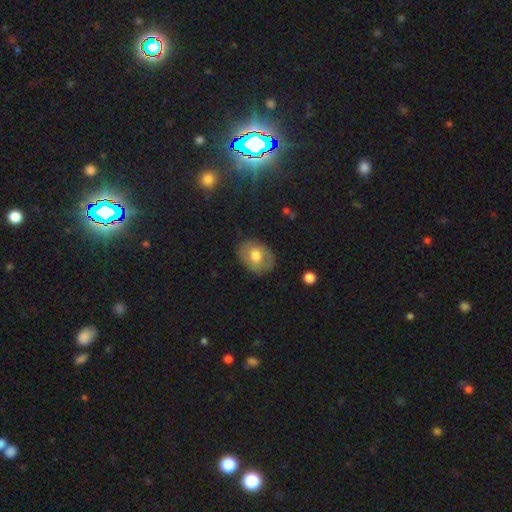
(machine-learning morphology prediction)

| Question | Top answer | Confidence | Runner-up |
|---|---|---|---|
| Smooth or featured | smooth | 59% | featured or disk (34%) |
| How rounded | in between | 64% | round (35%) |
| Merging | none | 81% | minor disturbance (14%) |